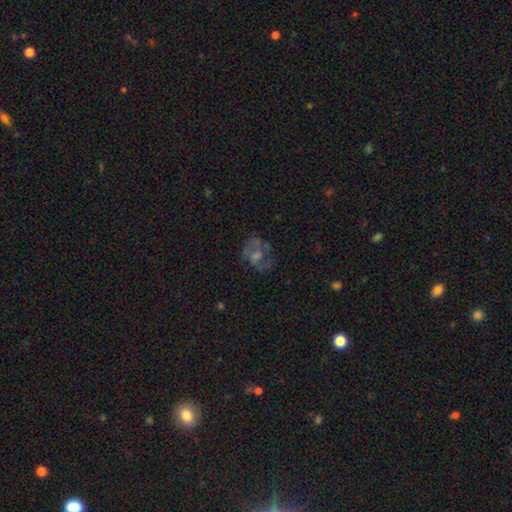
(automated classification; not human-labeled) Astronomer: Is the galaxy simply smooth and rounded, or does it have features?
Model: featured or disk — 55%.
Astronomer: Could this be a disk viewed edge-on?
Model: no — 97%.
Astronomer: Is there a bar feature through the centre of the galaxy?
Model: no — 77%.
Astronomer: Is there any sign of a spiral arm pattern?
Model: no — 59% (runner-up: yes, 41%).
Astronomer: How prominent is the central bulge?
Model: moderate — 39% (runner-up: small, 29%).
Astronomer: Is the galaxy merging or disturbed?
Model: none — 56%.